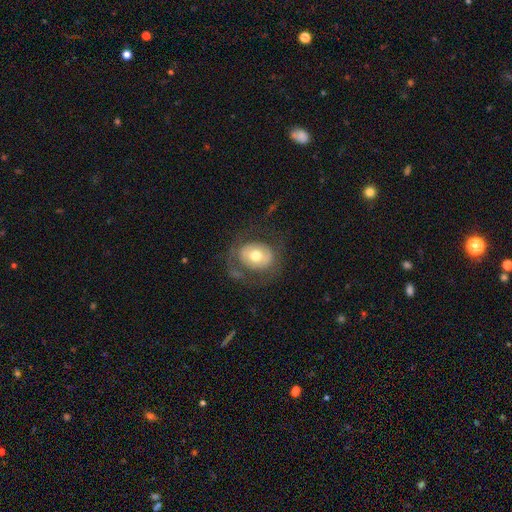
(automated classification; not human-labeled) A smooth galaxy with no disk features (48%).

Vote fractions:
- Smooth or featured? smooth: 48% / featured or disk: 44% / star or artifact: 7%
- Merging? none: 61% / major disturbance: 20% / minor disturbance: 17% / merger: 2%